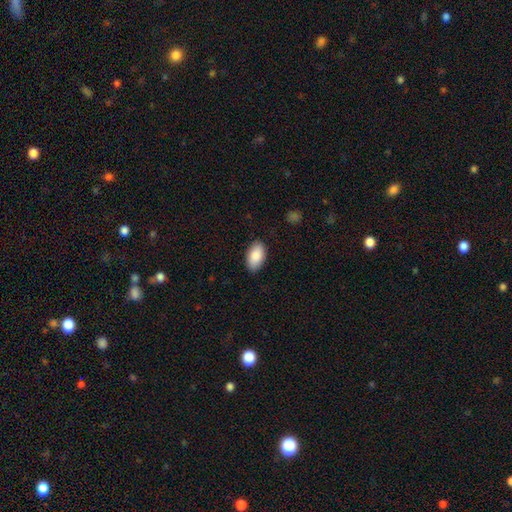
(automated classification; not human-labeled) Morphology: type=smooth (88%); roundness=in between (95%); merging=none (87%).